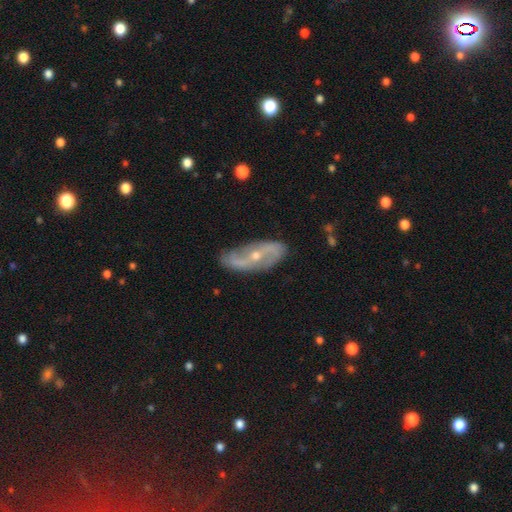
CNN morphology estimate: The model was most divided on "spiral winding": loose: 50%, medium: 33%, tight: 17%. More confident: spiral arms — yes (89%); edge-on disk — no (88%); spiral arm count — 2 (86%); smooth or featured — featured or disk (80%); merging — none (76%); bulge size — small (61%); bar — no (52%).